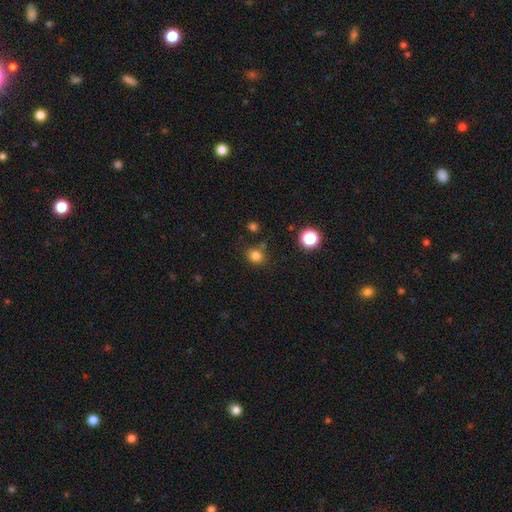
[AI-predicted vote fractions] smooth_or_featured: smooth (p=0.80) [alt: star or artifact p=0.15]
how_rounded: round (p=0.77) [alt: in between p=0.22]
merging: none (p=0.78) [alt: minor disturbance p=0.12]